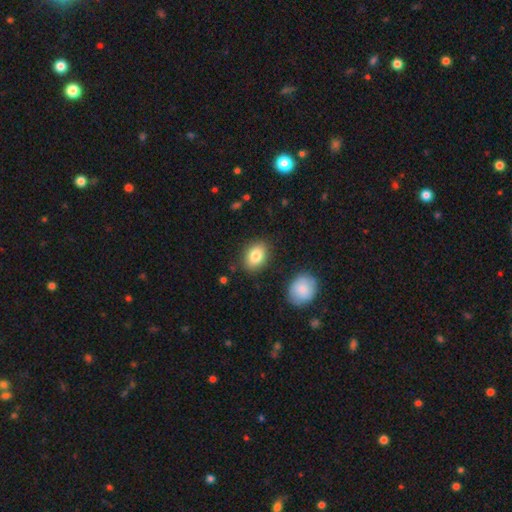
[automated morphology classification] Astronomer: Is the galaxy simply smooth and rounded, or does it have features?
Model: smooth — 84%.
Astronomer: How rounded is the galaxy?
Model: in between — 75%.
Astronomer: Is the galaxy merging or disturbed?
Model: none — 85%.